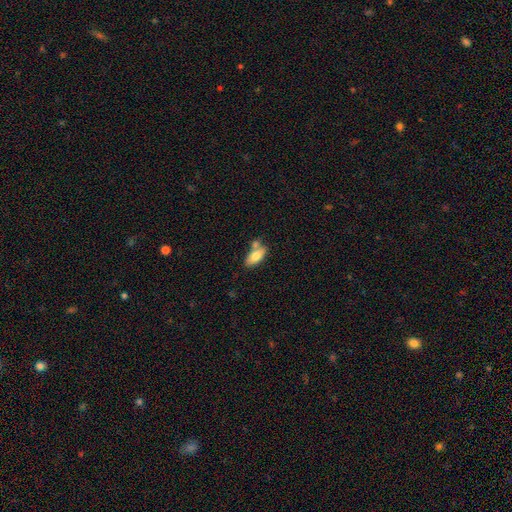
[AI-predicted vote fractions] smooth 76%, featured or disk 17%, star or artifact 6%. Down the decision tree: how rounded — in between (87%); merging — none (51%).